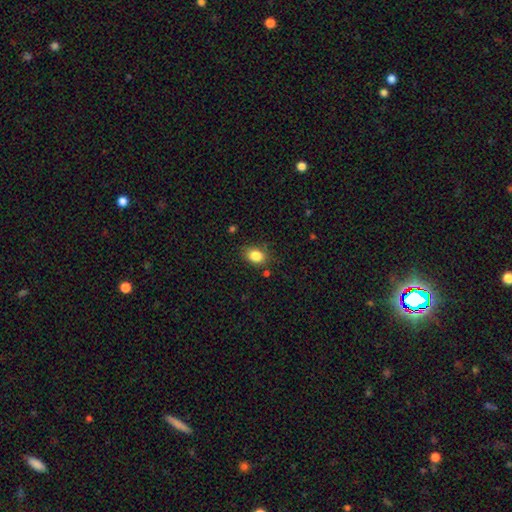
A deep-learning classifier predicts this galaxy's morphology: A smooth galaxy with no disk features (85%) that is in between round and cigar-shaped (69%). Merging: none (80%).